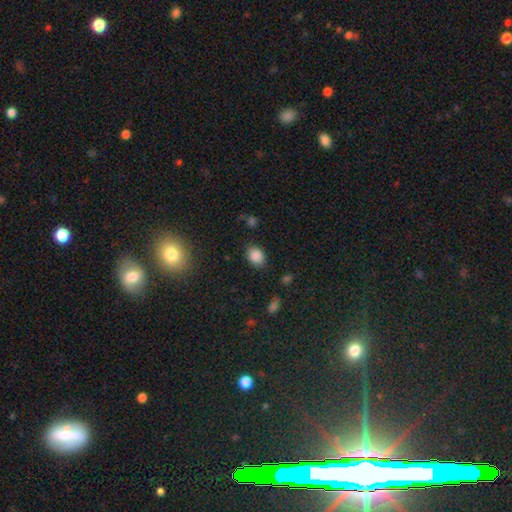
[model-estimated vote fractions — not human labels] Smooth or featured? Predicted: smooth (p=0.86). How rounded? Predicted: in between (p=0.68). Merging? Predicted: none (p=0.81).